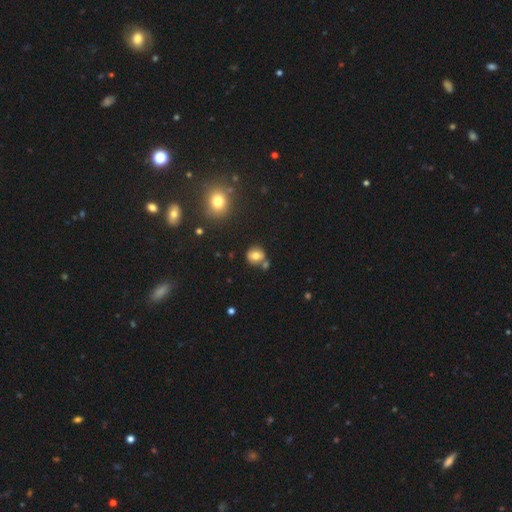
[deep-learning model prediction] This appears to be a smooth galaxy with no disk features (73%) that is round (81%). Merging: none (70%).